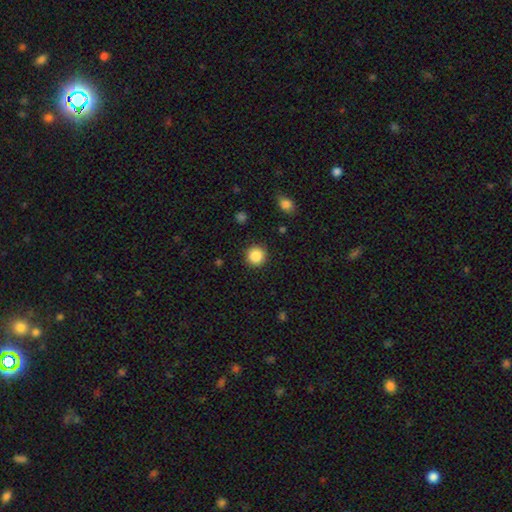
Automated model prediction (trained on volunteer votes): Smooth or featured? Predicted: smooth (p=0.87). How rounded? Predicted: round (p=0.94). Merging? Predicted: none (p=0.91).